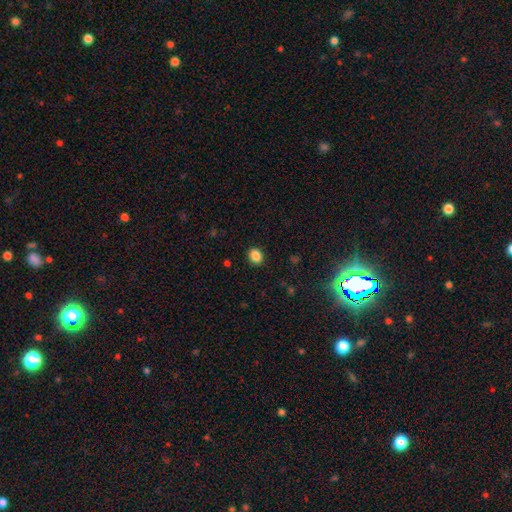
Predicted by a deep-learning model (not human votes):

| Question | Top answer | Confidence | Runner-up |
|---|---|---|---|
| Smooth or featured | smooth | 86% | star or artifact (10%) |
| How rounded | in between | 50% | round (49%) |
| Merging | none | 88% | minor disturbance (8%) |